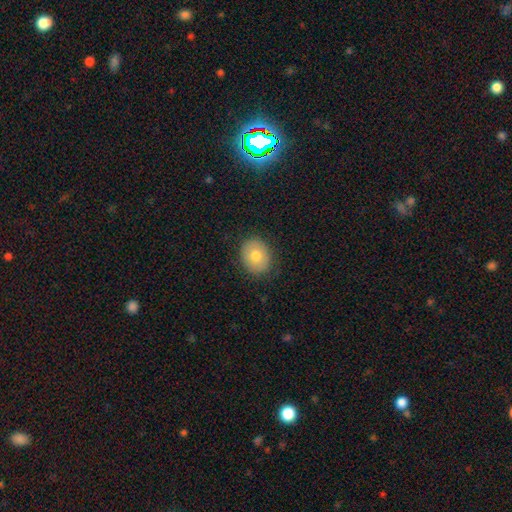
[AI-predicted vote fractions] Overall: smooth (74%). How rounded: round (64%; in between 35%). Merging: none (87%).